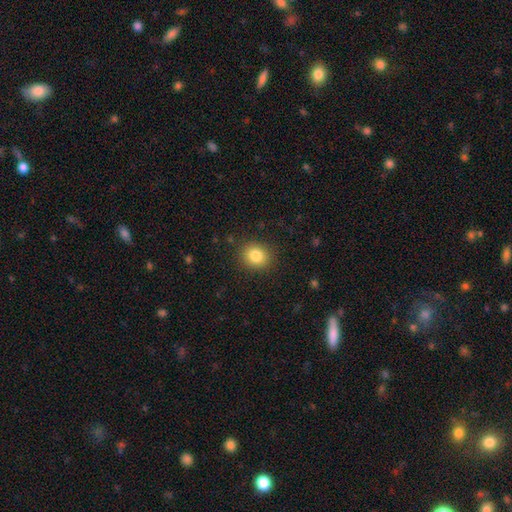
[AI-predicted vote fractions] A smooth galaxy with no disk features (83%) that is round (76%). Merging: none (88%).